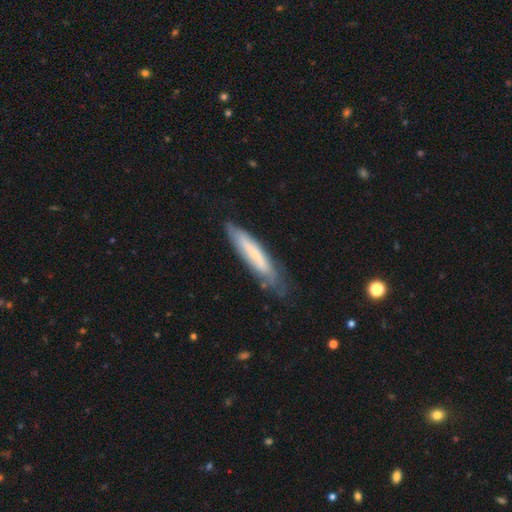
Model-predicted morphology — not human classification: type=smooth (46%, tied with featured or disk); merging=none (73%).